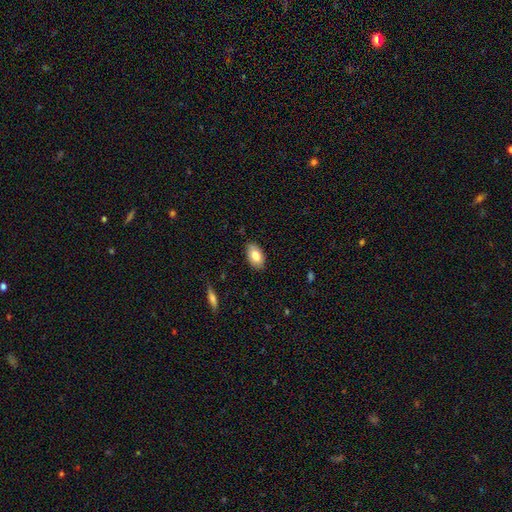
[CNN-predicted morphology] type=smooth (80%); roundness=in between (93%); merging=none (86%).